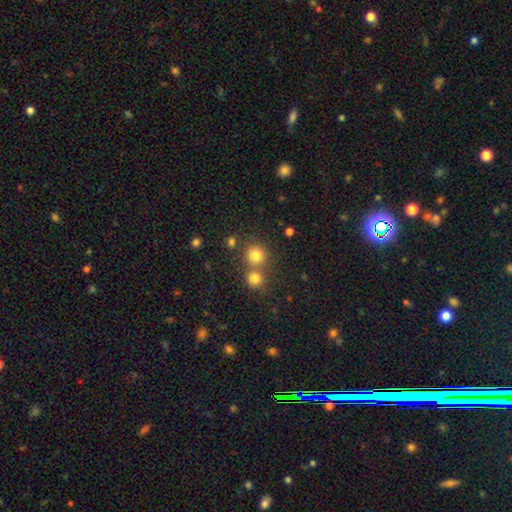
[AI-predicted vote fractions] Smooth or featured? Predicted: smooth (p=0.78). How rounded? Predicted: round (p=0.90). Merging? Predicted: none (p=0.62).